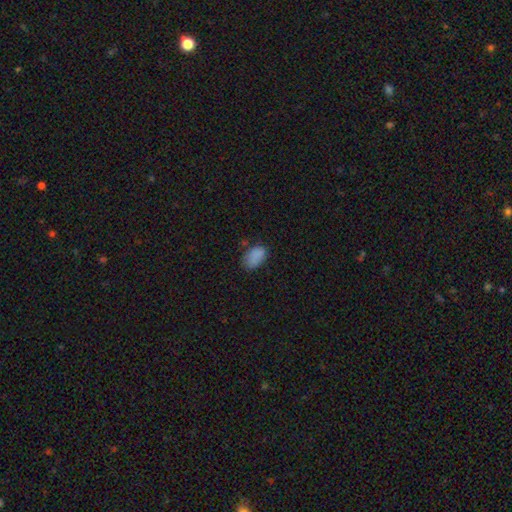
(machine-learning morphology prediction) This appears to be a smooth galaxy with no disk features (84%) that is in between round and cigar-shaped (89%). Merging: none (65%).